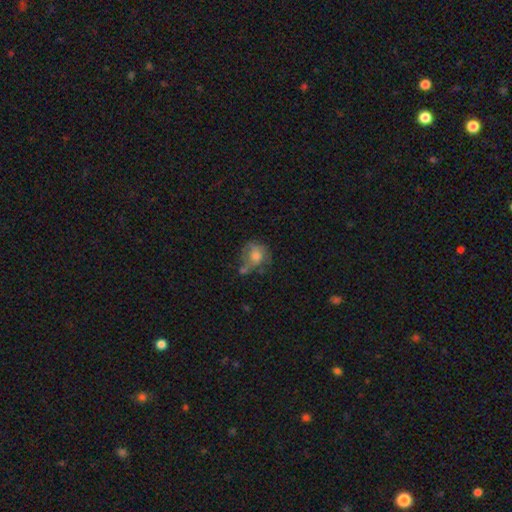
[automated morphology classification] Smooth or featured?
  - smooth: 58% *
  - featured or disk: 31%
  - star or artifact: 11%
How rounded?
  - round: 60% *
  - in between: 39%
  - cigar-shaped: 1%
Merging?
  - none: 35% *
  - minor disturbance: 26%
  - major disturbance: 22%
  - merger: 17%